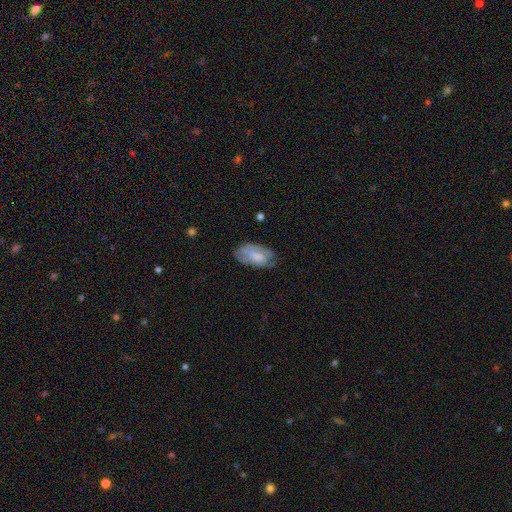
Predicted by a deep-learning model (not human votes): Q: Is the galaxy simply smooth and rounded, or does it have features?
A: smooth — 60%.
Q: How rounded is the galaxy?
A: in between — 94%.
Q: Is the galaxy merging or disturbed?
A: none — 54%.